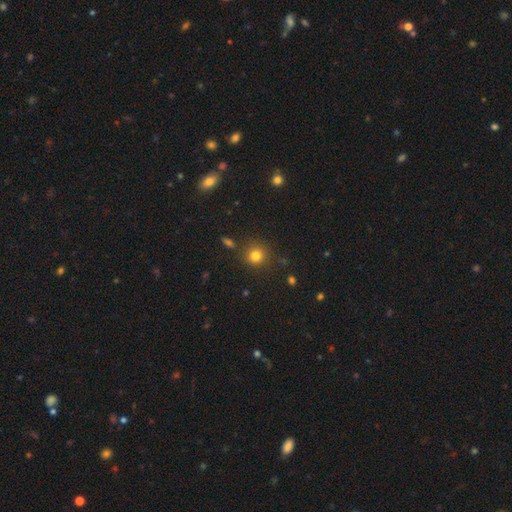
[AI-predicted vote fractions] This is likely a smooth galaxy (80%). How rounded: clearly round (91%). Merging: clearly none (84%).